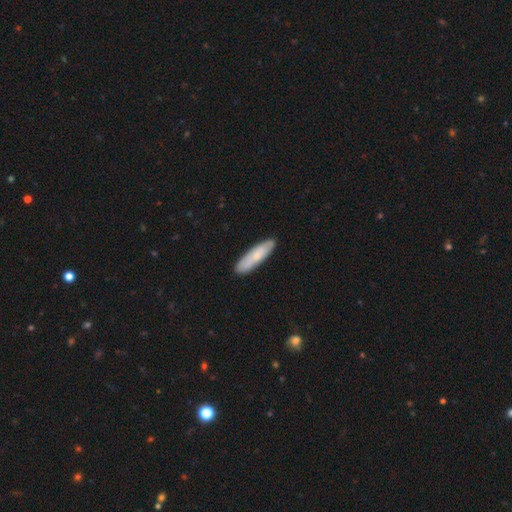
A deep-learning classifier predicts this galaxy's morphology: smooth 73%, featured or disk 22%, star or artifact 5%. Down the decision tree: how rounded — cigar-shaped (73%); merging — none (87%).